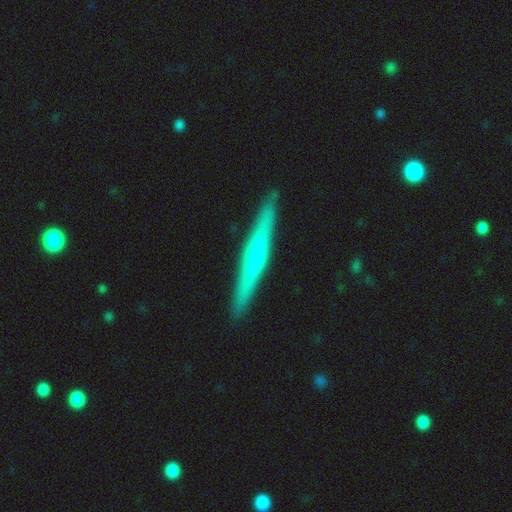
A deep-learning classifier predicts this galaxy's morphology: smooth-or-featured: featured or disk: 62% | smooth: 32% | star or artifact: 6%
  disk-edge-on: yes: 96% | no: 4%
    edge-on-bulge: rounded: 66% | none: 26% | boxy: 7%
  merging: none: 91% | minor disturbance: 6% | major disturbance: 1% | merger: 1%